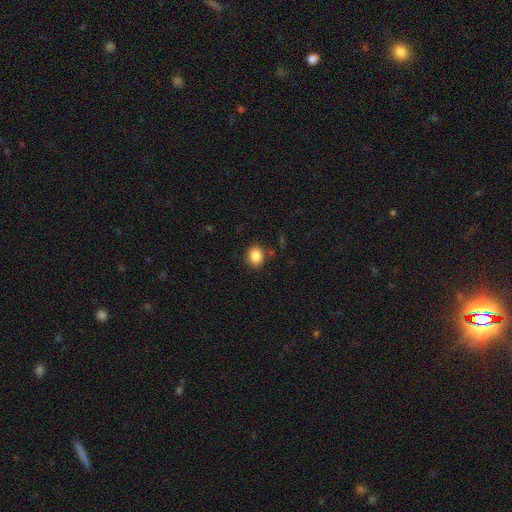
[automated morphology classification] smooth 85%, star or artifact 10%, featured or disk 5%. Down the decision tree: how rounded — round (61%); merging — none (86%).